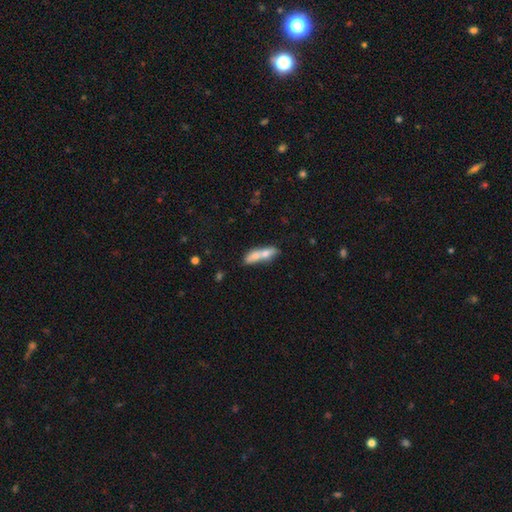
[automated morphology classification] This appears to be a smooth galaxy with no disk features (60%) that is cigar-shaped (52%). Merging: merger (57%).